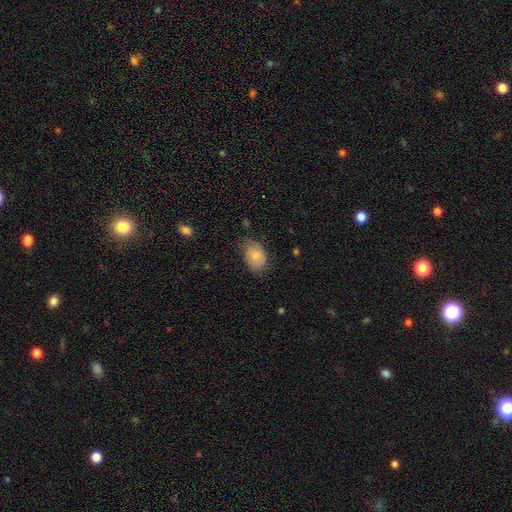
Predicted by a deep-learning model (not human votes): The model was most divided on "merging": none: 60%, minor disturbance: 32%, major disturbance: 7%, merger: 1%. More confident: how rounded — in between (80%); smooth or featured — smooth (75%).